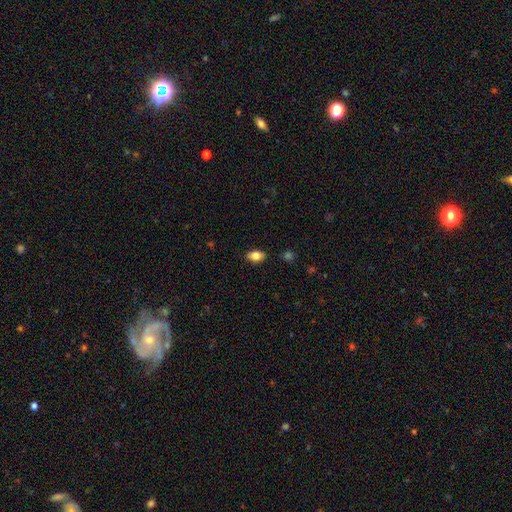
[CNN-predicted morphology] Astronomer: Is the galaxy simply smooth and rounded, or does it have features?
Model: smooth — 79%.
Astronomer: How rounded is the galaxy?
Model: in between — 86%.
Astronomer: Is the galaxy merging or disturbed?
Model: none — 86%.